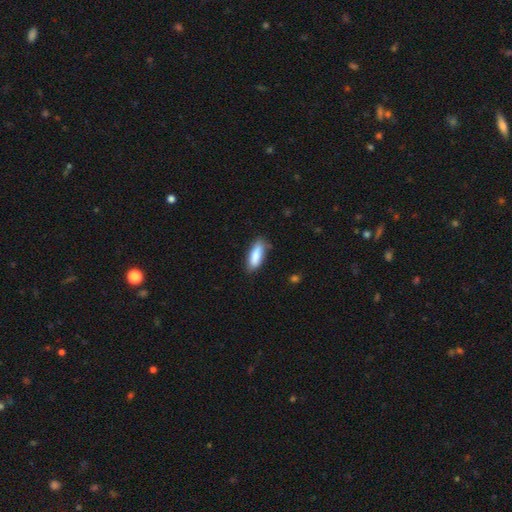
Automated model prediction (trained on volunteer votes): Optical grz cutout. It shows a smooth galaxy with no disk features (83%) that is in between round and cigar-shaped (59%). Merging: none (75%).